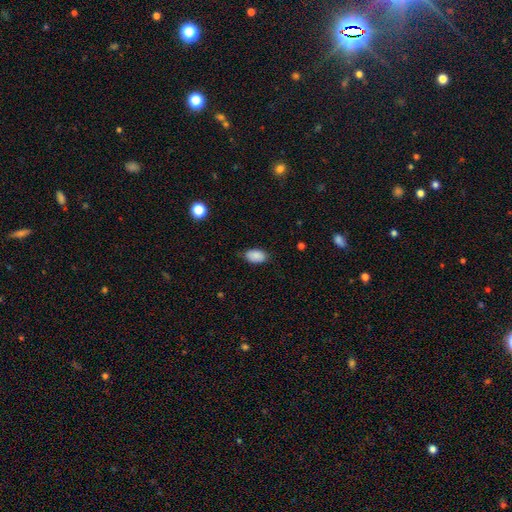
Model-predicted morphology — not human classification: Smooth or featured? smooth (88%)
How rounded? in between (92%)
Merging? none (81%)